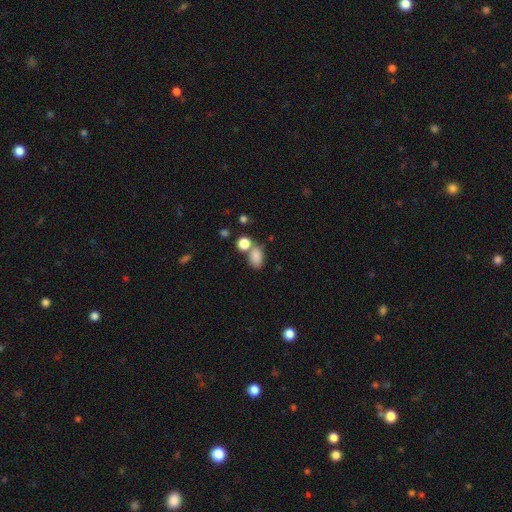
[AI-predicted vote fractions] A smooth galaxy with no disk features (83%) that is in between round and cigar-shaped (82%).

Vote fractions:
- Smooth or featured? smooth: 83% / star or artifact: 10% / featured or disk: 7%
- How rounded? in between: 82% / round: 17% / cigar-shaped: 2%
- Merging? none: 45% / merger: 35% / minor disturbance: 14% / major disturbance: 6%